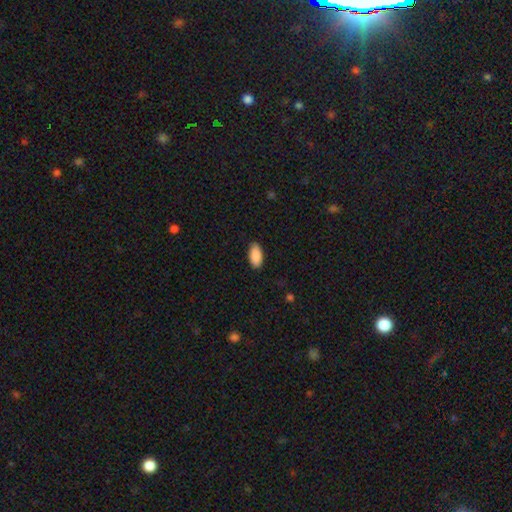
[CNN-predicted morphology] Smooth or featured? Predicted: smooth (p=0.91). How rounded? Predicted: in between (p=0.94). Merging? Predicted: none (p=0.87).